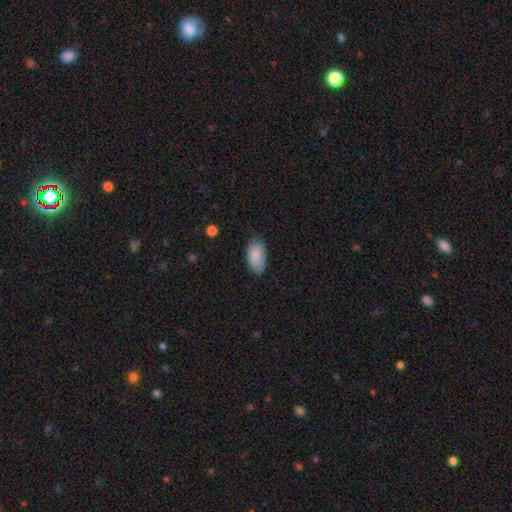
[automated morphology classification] Q: Smooth or featured?
A: smooth (87%); runner-up: star or artifact (7%)
Q: How rounded?
A: in between (94%); runner-up: cigar-shaped (3%)
Q: Merging?
A: none (73%); runner-up: minor disturbance (22%)